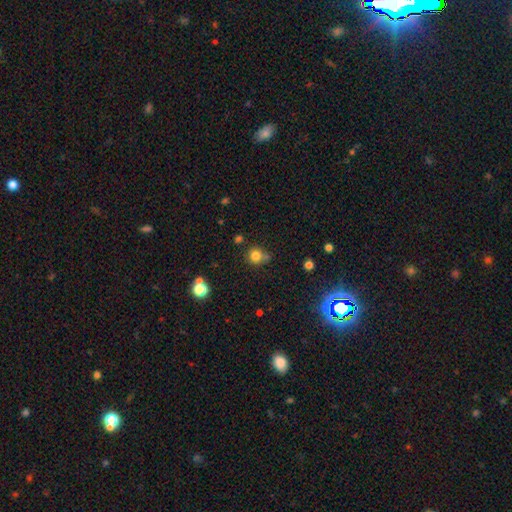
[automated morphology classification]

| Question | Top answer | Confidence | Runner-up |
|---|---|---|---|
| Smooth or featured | smooth | 79% | star or artifact (14%) |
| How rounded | round | 86% | in between (13%) |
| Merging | none | 62% | minor disturbance (20%) |